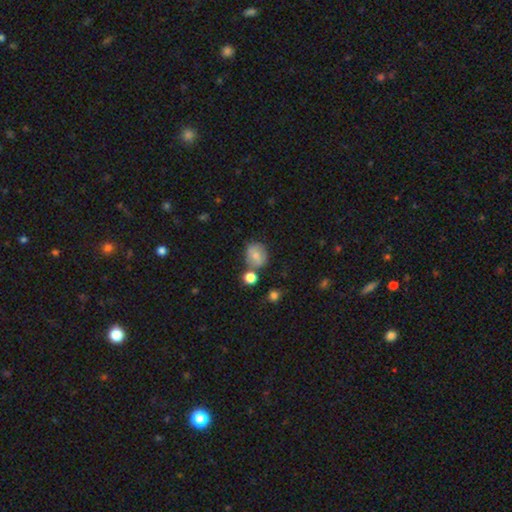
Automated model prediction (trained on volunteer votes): smooth-or-featured: smooth: 73% | featured or disk: 17% | star or artifact: 10%
  how-rounded: round: 72% | in between: 27% | cigar-shaped: 1%
  merging: none: 62% | minor disturbance: 17% | merger: 16% | major disturbance: 5%